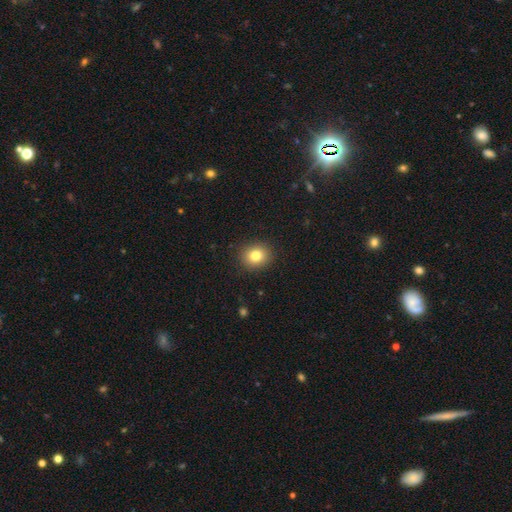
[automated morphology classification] This appears to be a smooth galaxy with no disk features (80%) that is round (76%). Merging: none (90%).